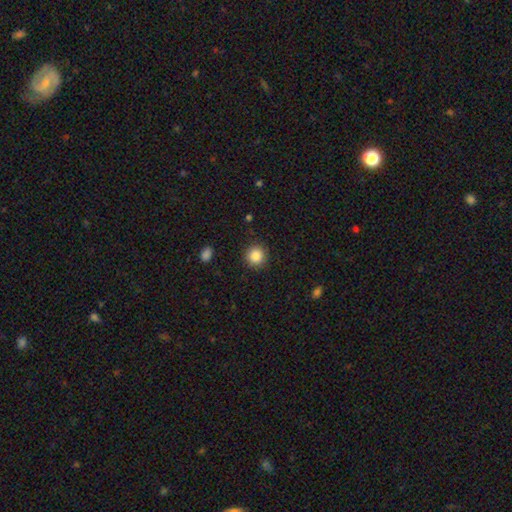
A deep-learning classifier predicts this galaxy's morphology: Smooth or featured? Predicted: smooth (p=0.86). How rounded? Predicted: round (p=0.93). Merging? Predicted: none (p=0.91).